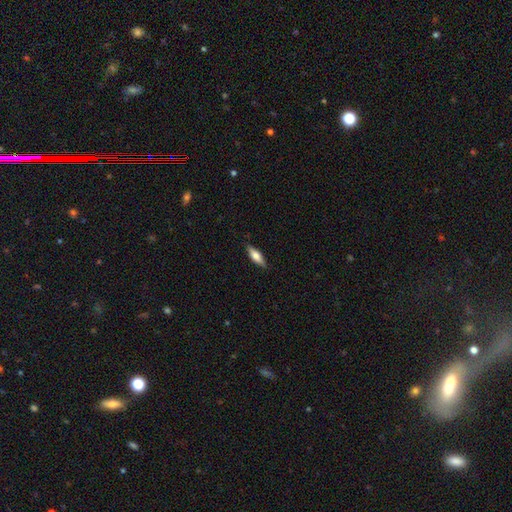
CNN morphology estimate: smooth 67%, featured or disk 27%, star or artifact 6%. Down the decision tree: how rounded — in between (53%); merging — none (86%).